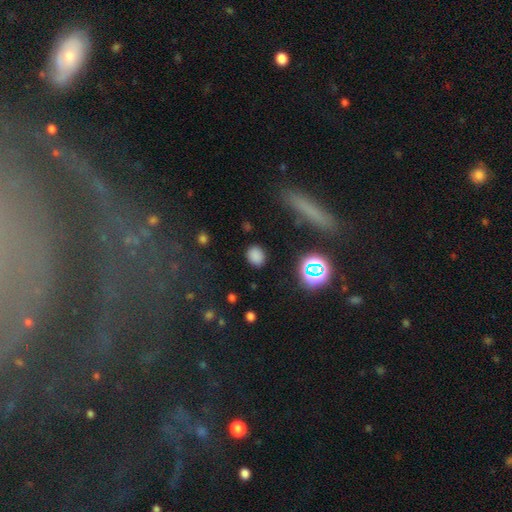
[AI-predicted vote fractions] This appears to be a smooth galaxy with no disk features (75%) that is in between round and cigar-shaped (50%). Merging: none (86%).